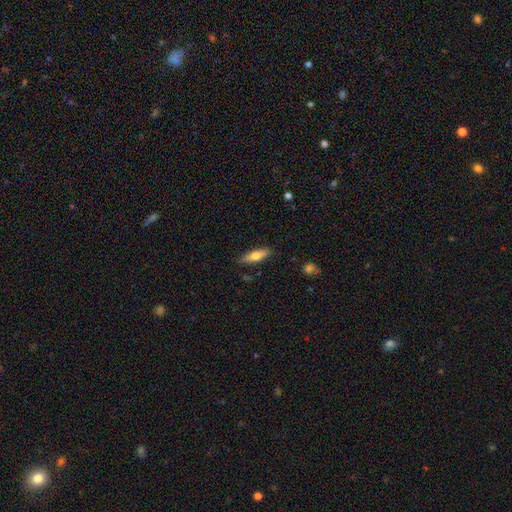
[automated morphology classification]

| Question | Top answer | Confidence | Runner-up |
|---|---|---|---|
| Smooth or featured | smooth | 61% | featured or disk (33%) |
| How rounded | cigar-shaped | 61% | in between (37%) |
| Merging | none | 86% | minor disturbance (10%) |